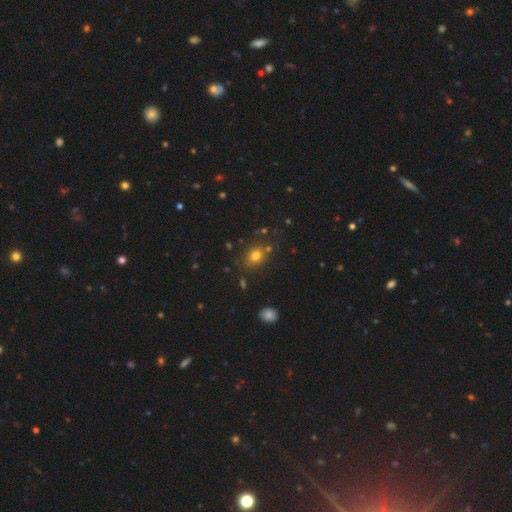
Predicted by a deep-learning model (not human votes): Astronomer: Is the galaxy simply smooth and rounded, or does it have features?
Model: smooth — 76%.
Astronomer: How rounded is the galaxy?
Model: round — 57% (runner-up: in between, 42%).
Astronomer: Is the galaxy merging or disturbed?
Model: none — 76%.